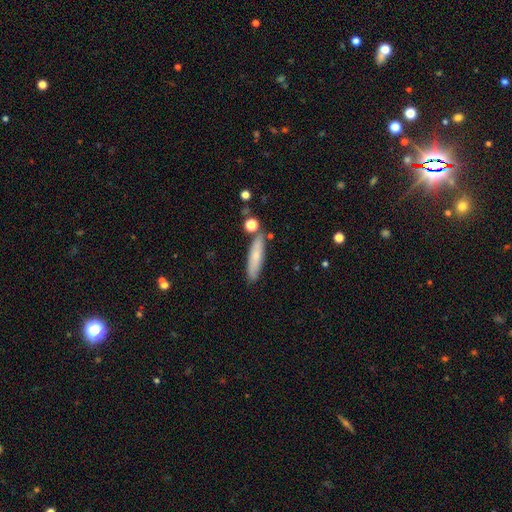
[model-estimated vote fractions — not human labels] smooth 69%, featured or disk 24%, star or artifact 7%. Down the decision tree: how rounded — cigar-shaped (78%); merging — none (77%).